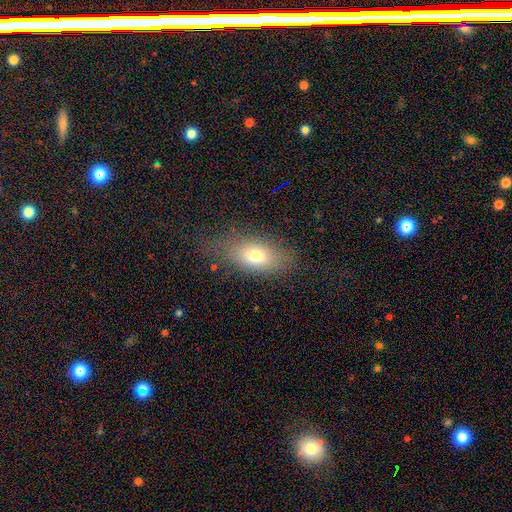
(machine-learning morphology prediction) This appears to be a smooth galaxy with no disk features (70%) that is in between round and cigar-shaped (82%). Merging: none (69%).